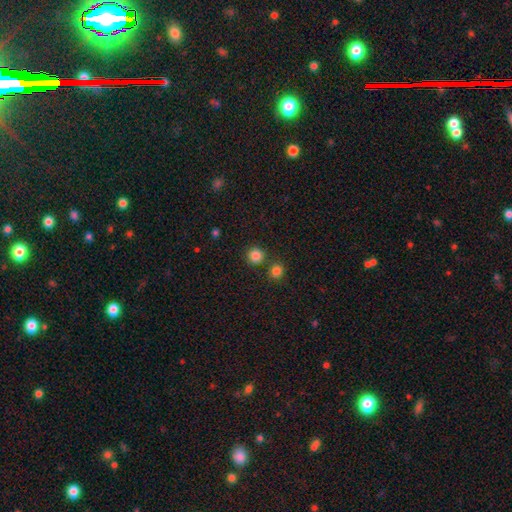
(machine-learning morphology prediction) This appears to be a smooth galaxy with no disk features (84%) that is round (93%). Merging: none (81%).